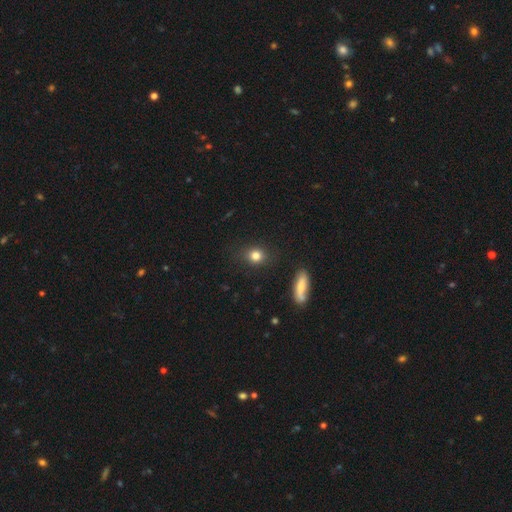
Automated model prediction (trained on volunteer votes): Smooth or featured?
  - smooth: 82% *
  - star or artifact: 11%
  - featured or disk: 7%
How rounded?
  - round: 69% *
  - in between: 29%
  - cigar-shaped: 3%
Merging?
  - none: 84% *
  - minor disturbance: 11%
  - major disturbance: 3%
  - merger: 2%